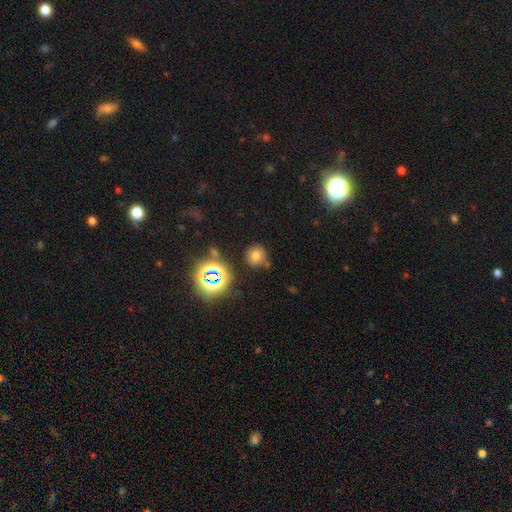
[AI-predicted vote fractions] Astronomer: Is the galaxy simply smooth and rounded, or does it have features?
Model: smooth — 62%.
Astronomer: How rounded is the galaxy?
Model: round — 83%.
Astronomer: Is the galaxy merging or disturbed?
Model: none — 73%.